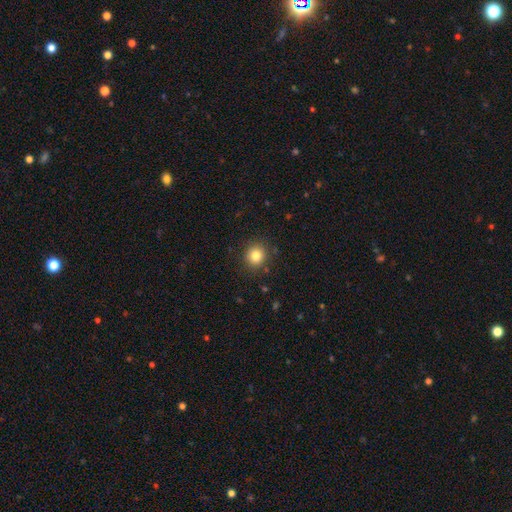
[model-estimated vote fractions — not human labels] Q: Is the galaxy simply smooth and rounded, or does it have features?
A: smooth — 82%.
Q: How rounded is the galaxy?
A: round — 84%.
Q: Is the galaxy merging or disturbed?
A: none — 88%.